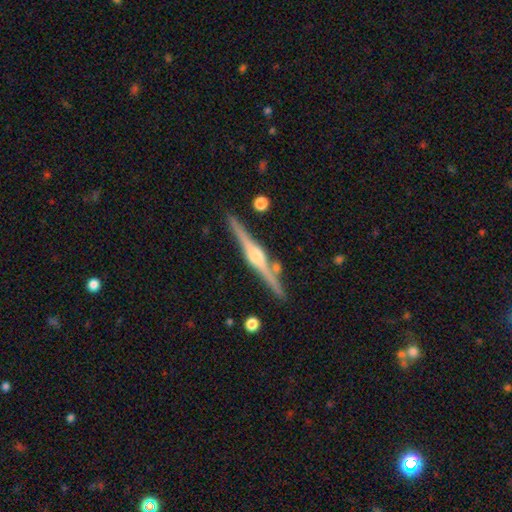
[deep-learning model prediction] A featured or disk galaxy (85%) viewed edge-on (98%) with a rounded central bulge (92%).

Vote fractions:
- Smooth or featured? featured or disk: 85% / smooth: 9% / star or artifact: 5%
- Edge-on disk? yes: 98% / no: 2%
- Edge-on bulge? rounded: 92% / boxy: 6% / none: 2%
- Merging? none: 86% / minor disturbance: 8% / merger: 4% / major disturbance: 2%